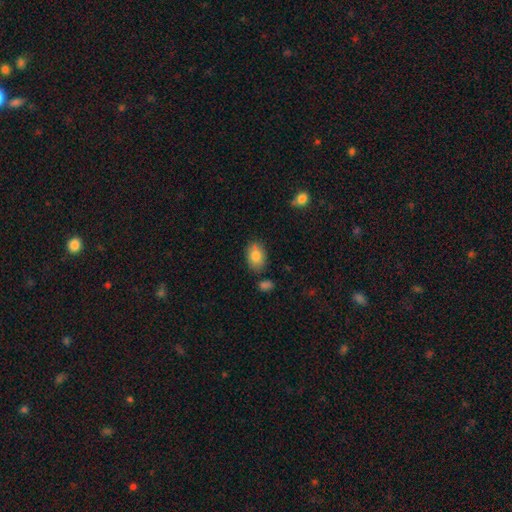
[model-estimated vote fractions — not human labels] This is clearly a smooth galaxy (82%). How rounded: clearly in between (84%). Merging: likely none (71%).